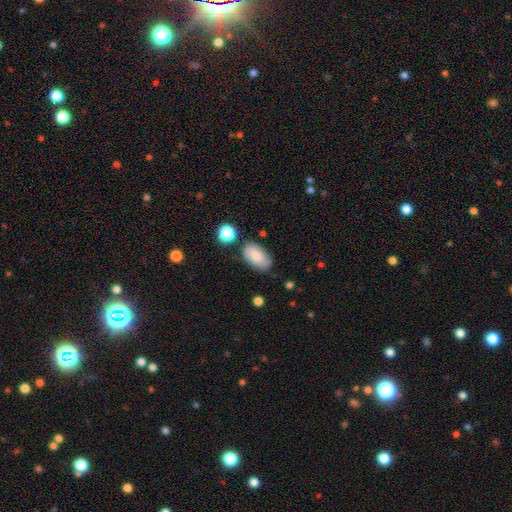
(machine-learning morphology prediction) Smooth or featured: smooth — 74% (featured or disk — 18%)
How rounded: in between — 92% (round — 6%)
Merging: none — 72% (minor disturbance — 19%)